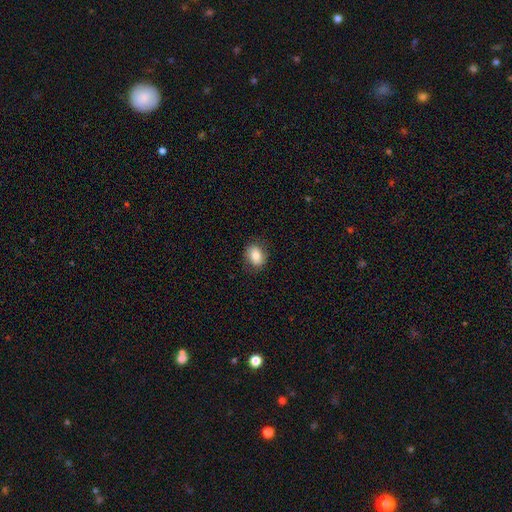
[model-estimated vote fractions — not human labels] Q: Smooth or featured?
A: smooth (80%); runner-up: featured or disk (11%)
Q: How rounded?
A: in between (59%); runner-up: round (40%)
Q: Merging?
A: none (83%); runner-up: minor disturbance (13%)